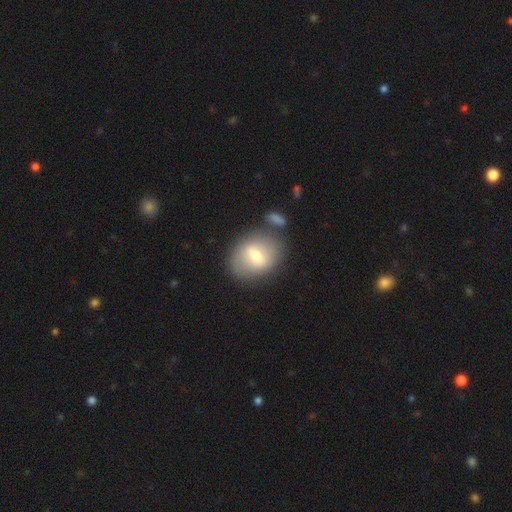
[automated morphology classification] A smooth galaxy with no disk features (58%) that is in between round and cigar-shaped (54%).

Vote fractions:
- Smooth or featured? smooth: 58% / featured or disk: 35% / star or artifact: 7%
- How rounded? in between: 54% / round: 45% / cigar-shaped: 2%
- Merging? none: 69% / minor disturbance: 14% / merger: 12% / major disturbance: 5%